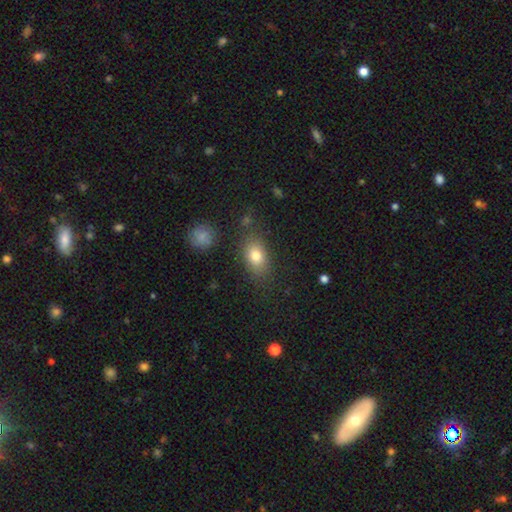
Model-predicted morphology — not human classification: Smooth or featured: smooth — 80% (featured or disk — 10%)
How rounded: in between — 79% (round — 18%)
Merging: none — 78% (minor disturbance — 14%)